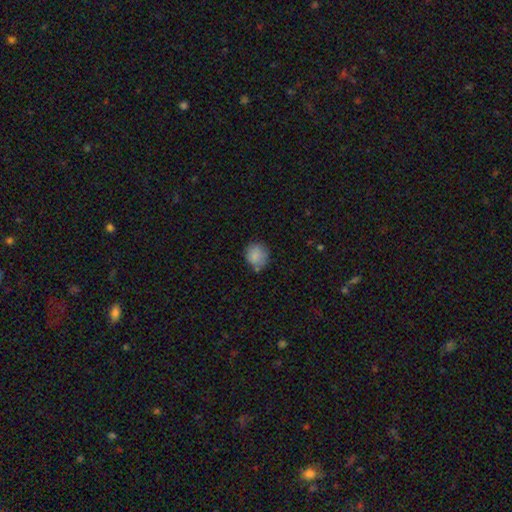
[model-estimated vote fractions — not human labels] The model was most divided on "merging": none: 70%, minor disturbance: 21%, major disturbance: 5%, merger: 5%. More confident: smooth or featured — smooth (86%); how rounded — round (83%).